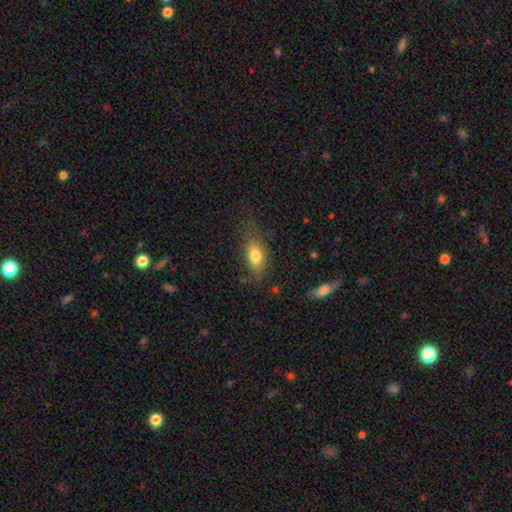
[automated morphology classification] A smooth galaxy with no disk features (76%) that is in between round and cigar-shaped (81%). Merging: none (67%).